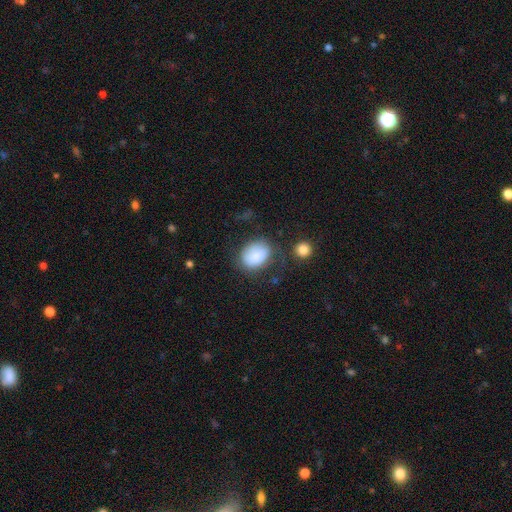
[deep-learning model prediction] Smooth or featured? Predicted: smooth (p=0.83). How rounded? Predicted: in between (p=0.65). Merging? Predicted: none (p=0.58).